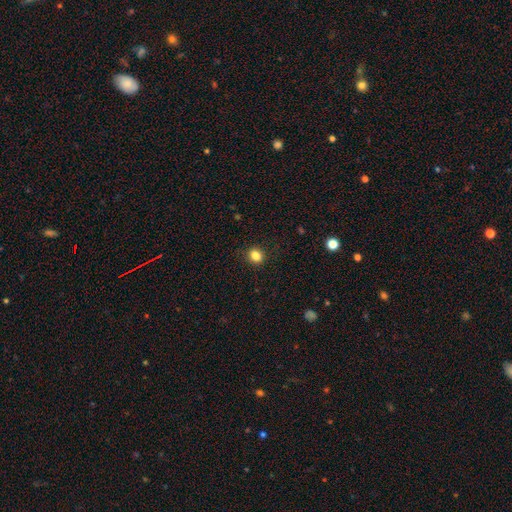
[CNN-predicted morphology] Smooth or featured: smooth — 84% (star or artifact — 11%)
How rounded: round — 63% (in between — 36%)
Merging: none — 89% (minor disturbance — 8%)